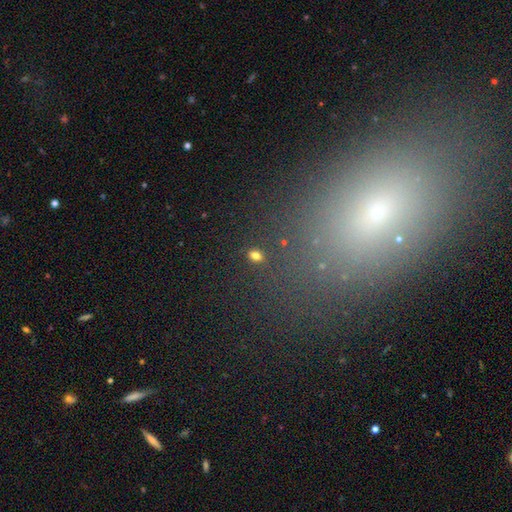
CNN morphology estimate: smooth 75%, star or artifact 18%, featured or disk 7%. Down the decision tree: how rounded — in between (71%); merging — none (85%).